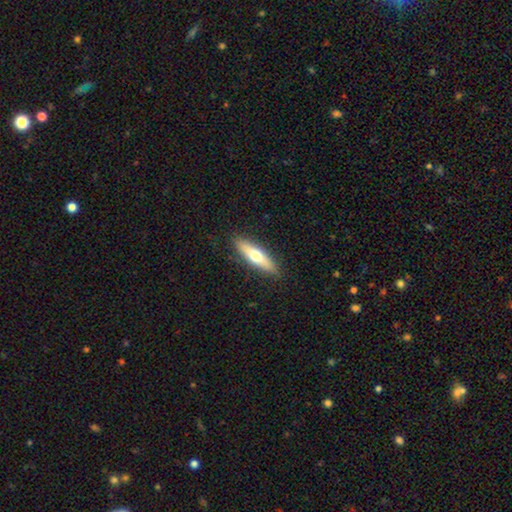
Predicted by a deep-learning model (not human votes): The model was most divided on "smooth or featured": smooth: 55%, featured or disk: 40%, star or artifact: 6%. More confident: merging — none (88%); how rounded — cigar-shaped (66%).